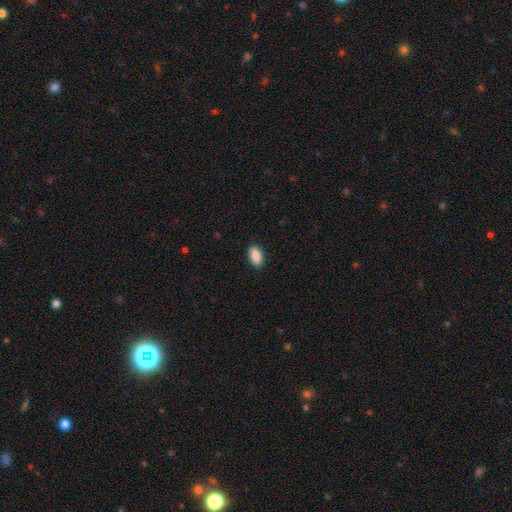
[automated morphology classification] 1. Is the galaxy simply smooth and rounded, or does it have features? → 91% smooth, 7% star or artifact, 3% featured or disk.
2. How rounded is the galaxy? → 94% in between, 4% round, 3% cigar-shaped.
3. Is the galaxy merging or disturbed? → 89% none, 8% minor disturbance, 2% major disturbance, 1% merger.